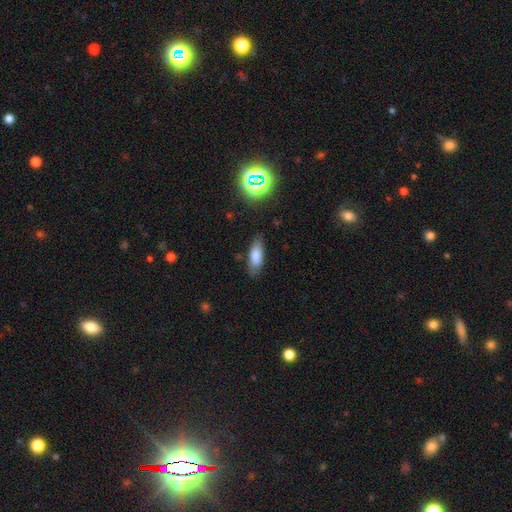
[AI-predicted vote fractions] Q: Smooth or featured?
A: smooth (77%); runner-up: featured or disk (14%)
Q: How rounded?
A: in between (67%); runner-up: cigar-shaped (30%)
Q: Merging?
A: none (80%); runner-up: minor disturbance (15%)